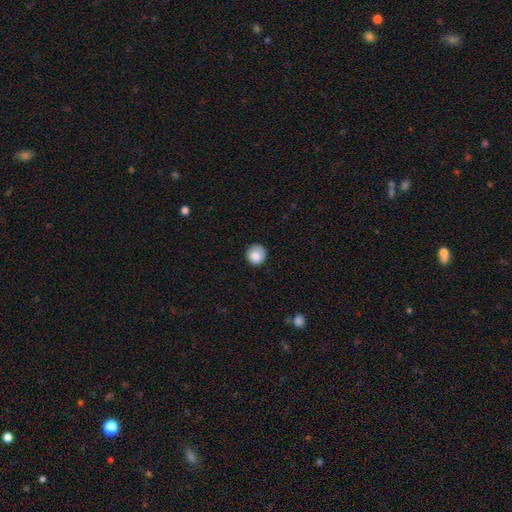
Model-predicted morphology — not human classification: This appears to be a smooth galaxy with no disk features (86%) that is round (93%). Merging: none (81%).